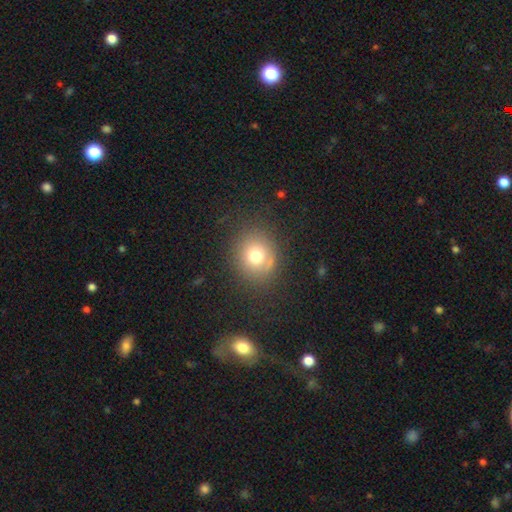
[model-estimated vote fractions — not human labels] smooth_or_featured: smooth (p=0.72) [alt: star or artifact p=0.15]
how_rounded: round (p=0.79) [alt: in between p=0.20]
merging: none (p=0.81) [alt: minor disturbance p=0.12]